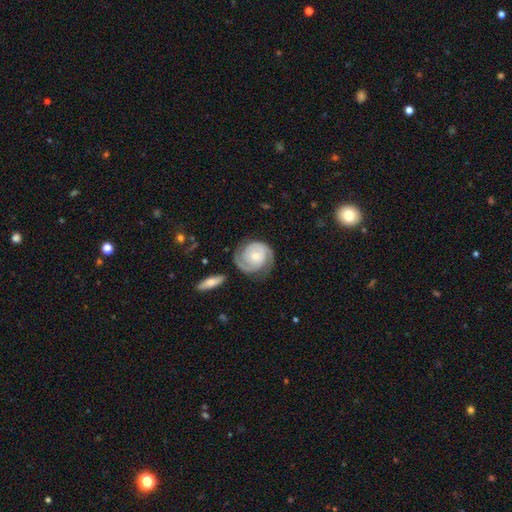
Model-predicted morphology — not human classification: This appears to be a featured or disk galaxy (83%) with no bar (72%), 2 (84%) tight (61%) spiral arms (96%) and a small central bulge (57%). Merging: none (74%).